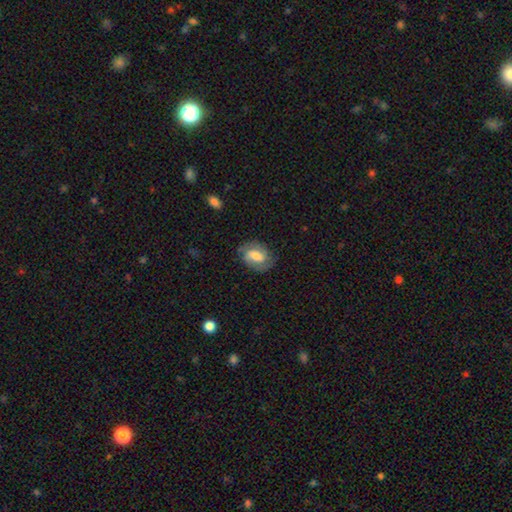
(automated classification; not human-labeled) Smooth or featured? Predicted: featured or disk (p=0.54). Edge-on disk? Predicted: no (p=0.96). Bar? Predicted: weak (p=0.47). Spiral arms? Predicted: yes (p=0.84). Bulge size? Predicted: moderate (p=0.35). Merging? Predicted: none (p=0.74).